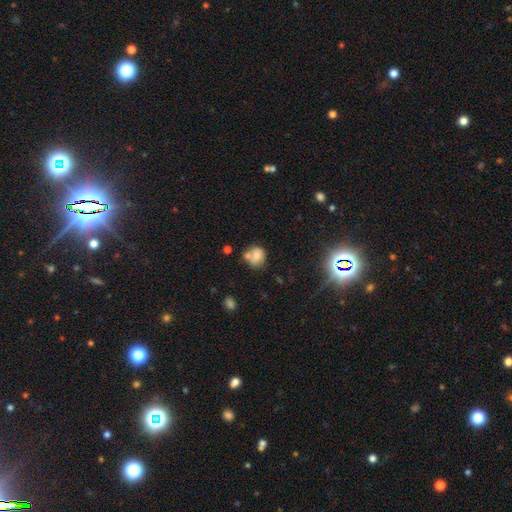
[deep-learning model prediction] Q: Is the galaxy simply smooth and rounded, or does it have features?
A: smooth — 71%.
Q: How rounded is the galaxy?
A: round — 74%.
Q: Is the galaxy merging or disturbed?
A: none — 48%.